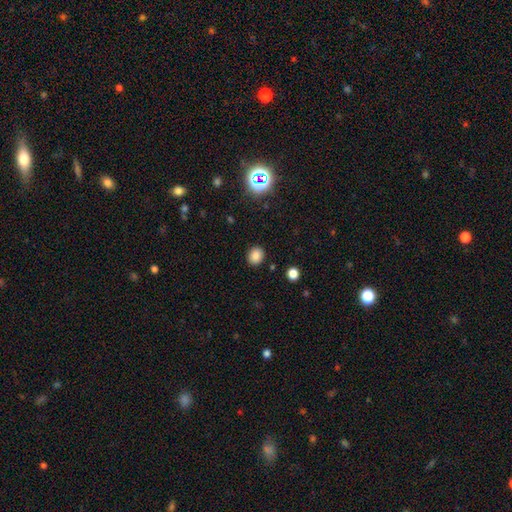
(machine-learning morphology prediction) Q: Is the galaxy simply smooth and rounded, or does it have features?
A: smooth — 83%.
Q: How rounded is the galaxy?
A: round — 69%.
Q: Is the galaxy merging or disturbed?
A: none — 89%.